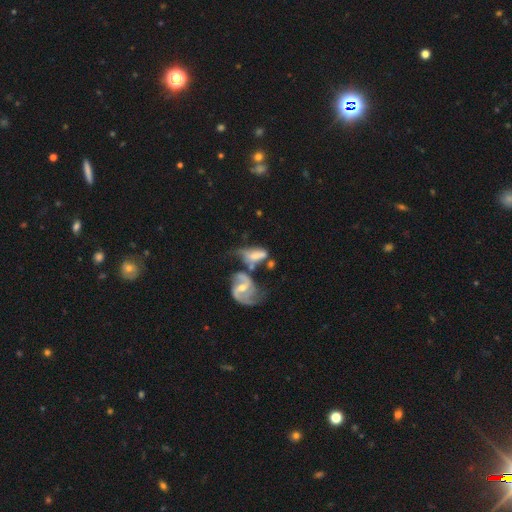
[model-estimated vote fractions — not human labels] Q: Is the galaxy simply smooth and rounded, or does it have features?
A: featured or disk — 60%.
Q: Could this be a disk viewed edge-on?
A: no — 92%.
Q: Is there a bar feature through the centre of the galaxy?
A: weak — 40%.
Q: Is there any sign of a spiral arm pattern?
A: yes — 73%.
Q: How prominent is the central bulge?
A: small — 40%, tied with moderate.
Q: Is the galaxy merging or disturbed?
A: merger — 46%.